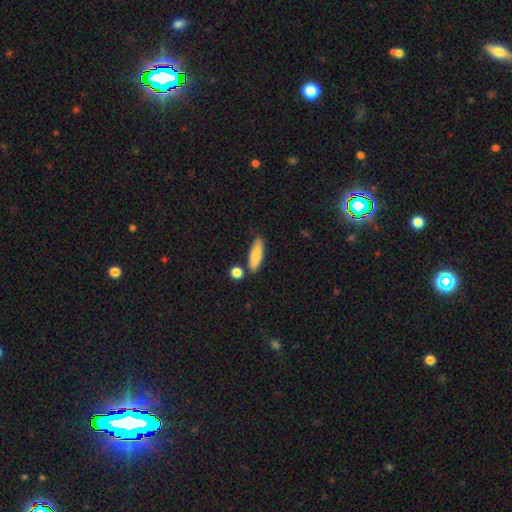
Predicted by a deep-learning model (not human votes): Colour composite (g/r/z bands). It shows a smooth galaxy with no disk features (83%) that is cigar-shaped (51%). Merging: none (76%).